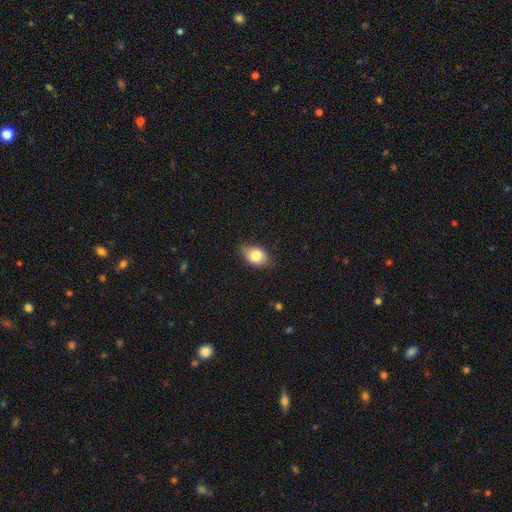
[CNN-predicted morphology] Smooth or featured: smooth — 80% (featured or disk — 11%)
How rounded: in between — 70% (round — 28%)
Merging: none — 70% (minor disturbance — 25%)